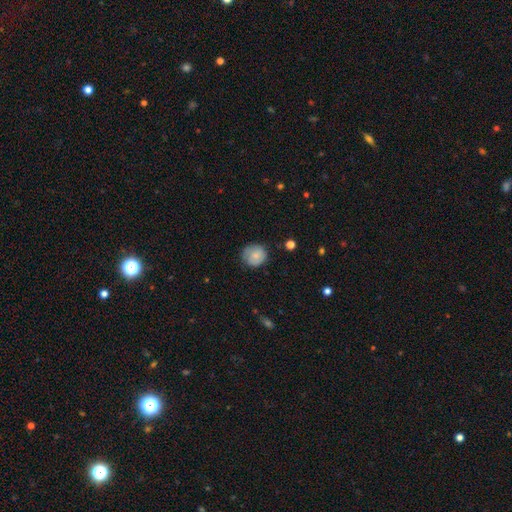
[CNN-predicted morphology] Smooth or featured? Predicted: smooth (p=0.71). How rounded? Predicted: round (p=0.85). Merging? Predicted: none (p=0.71).